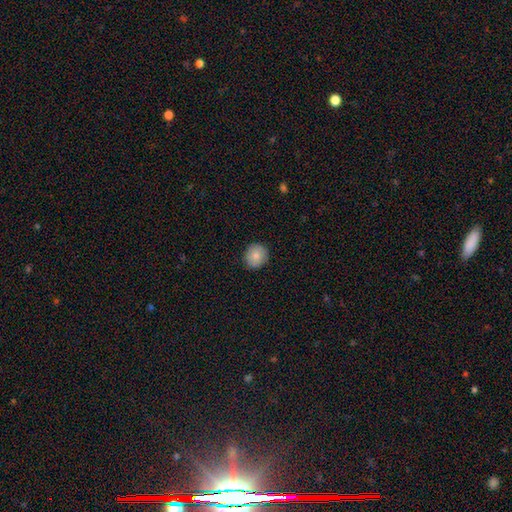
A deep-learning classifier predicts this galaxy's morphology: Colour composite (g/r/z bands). It shows a smooth galaxy with no disk features (83%) that is round (85%). Merging: none (88%).